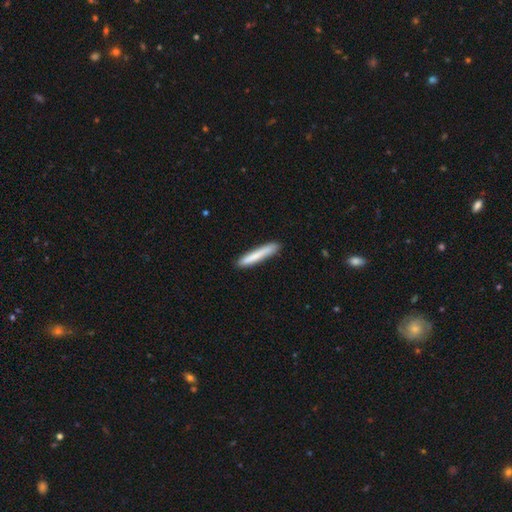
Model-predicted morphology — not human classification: This is likely a smooth galaxy (77%). How rounded: clearly cigar-shaped (95%). Merging: clearly none (87%).